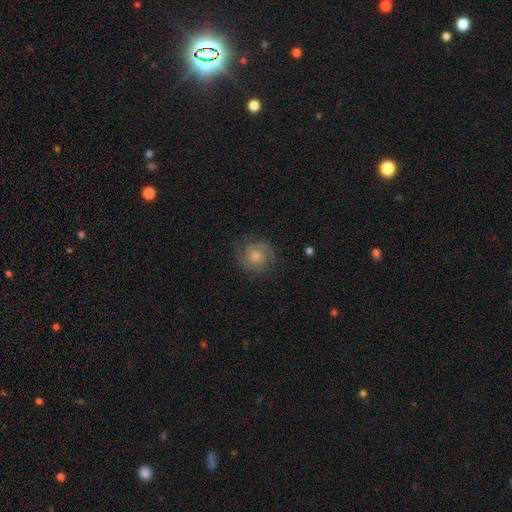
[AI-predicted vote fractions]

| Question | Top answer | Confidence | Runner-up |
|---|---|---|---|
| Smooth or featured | featured or disk | 59% | smooth (33%) |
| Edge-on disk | no | 98% | yes (2%) |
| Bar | no | 72% | weak (25%) |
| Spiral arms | yes | 91% | no (9%) |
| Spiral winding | tight | 53% | medium (36%) |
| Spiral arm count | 2 | 69% | can't tell (16%) |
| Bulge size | moderate | 43% | small (37%) |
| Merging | none | 78% | minor disturbance (15%) |